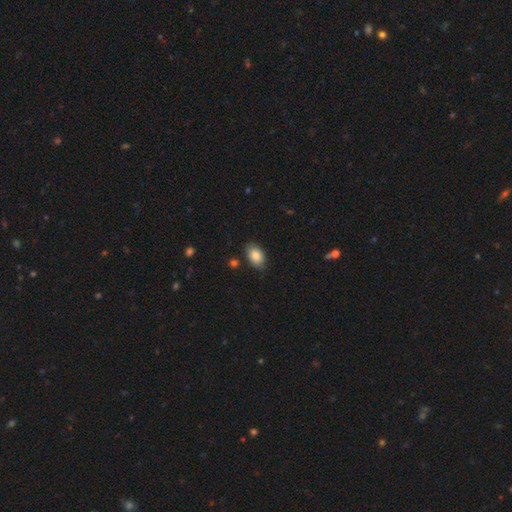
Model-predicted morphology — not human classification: smooth_or_featured: smooth (p=0.86) [alt: star or artifact p=0.07]
how_rounded: in between (p=0.91) [alt: round p=0.08]
merging: none (p=0.83) [alt: minor disturbance p=0.12]